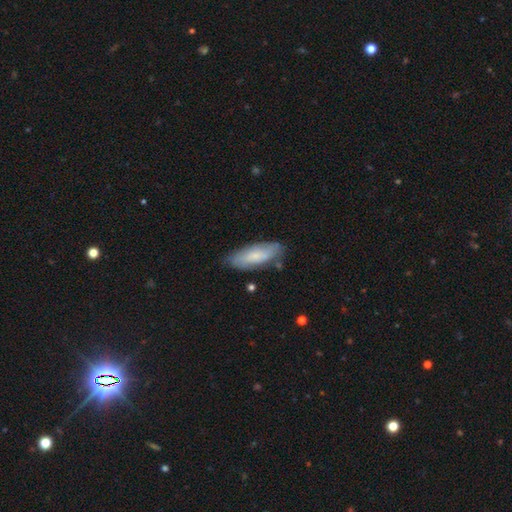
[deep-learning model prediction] The model was most divided on "how rounded": in between: 66%, cigar-shaped: 32%, round: 2%. More confident: merging — none (74%); smooth or featured — smooth (65%).